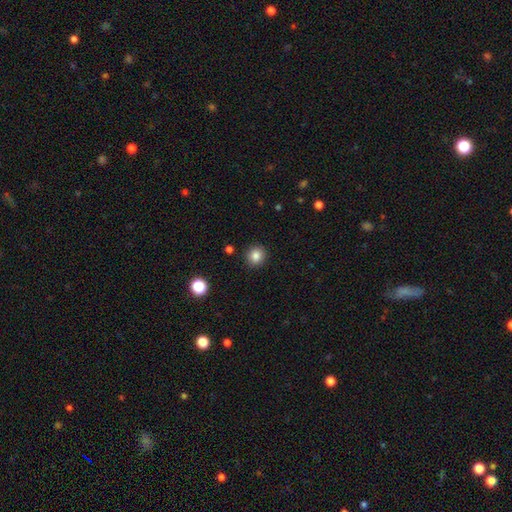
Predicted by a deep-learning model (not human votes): smooth_or_featured: smooth (p=0.84) [alt: star or artifact p=0.11]
how_rounded: round (p=0.89) [alt: in between p=0.10]
merging: none (p=0.91) [alt: minor disturbance p=0.06]